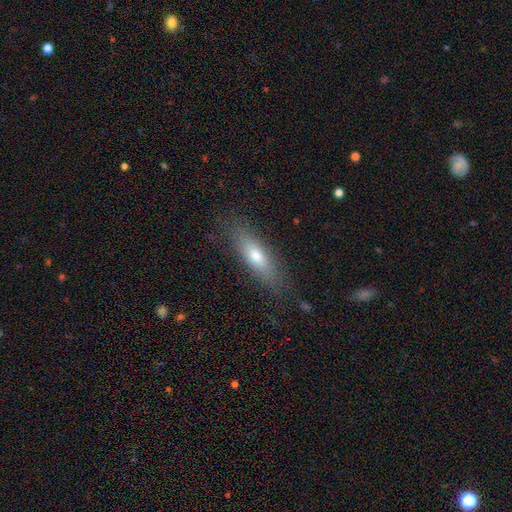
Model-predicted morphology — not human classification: Smooth or featured?
  - smooth: 70% *
  - featured or disk: 23%
  - star or artifact: 7%
How rounded?
  - cigar-shaped: 53% *
  - in between: 45%
  - round: 2%
Merging?
  - none: 83% *
  - minor disturbance: 12%
  - major disturbance: 4%
  - merger: 1%